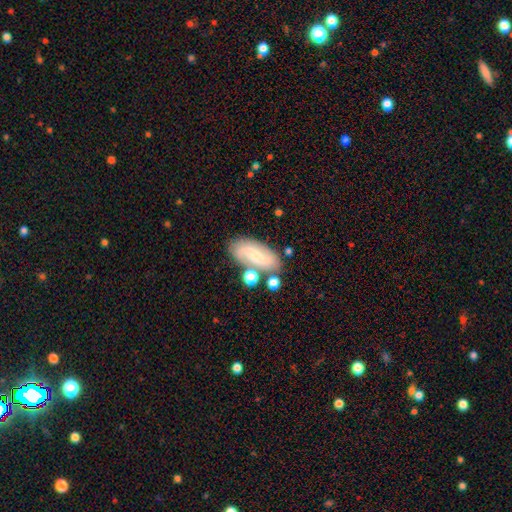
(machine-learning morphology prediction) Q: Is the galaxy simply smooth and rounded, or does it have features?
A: smooth — 46%.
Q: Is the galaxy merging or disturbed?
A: none — 65%.